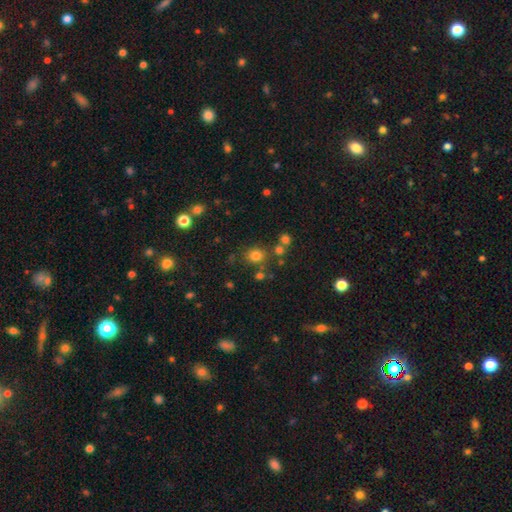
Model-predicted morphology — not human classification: A smooth galaxy with no disk features (76%) that is round (74%).

Vote fractions:
- Smooth or featured? smooth: 76% / star or artifact: 17% / featured or disk: 7%
- How rounded? round: 74% / in between: 25% / cigar-shaped: 1%
- Merging? none: 76% / minor disturbance: 10% / merger: 10% / major disturbance: 4%